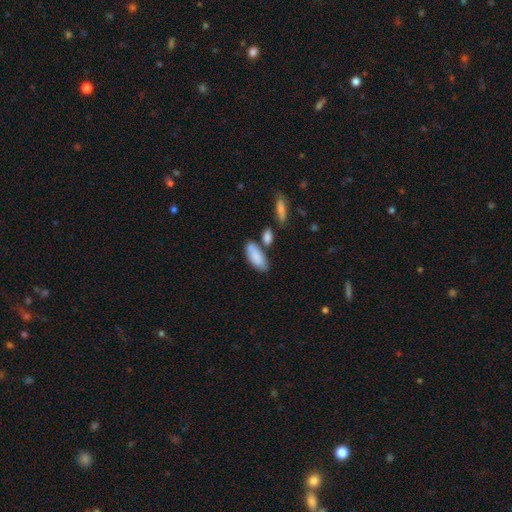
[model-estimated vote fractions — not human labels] smooth-or-featured: smooth: 85% | featured or disk: 9% | star or artifact: 6%
  how-rounded: in between: 85% | cigar-shaped: 13% | round: 2%
  merging: none: 60% | merger: 18% | minor disturbance: 17% | major disturbance: 5%